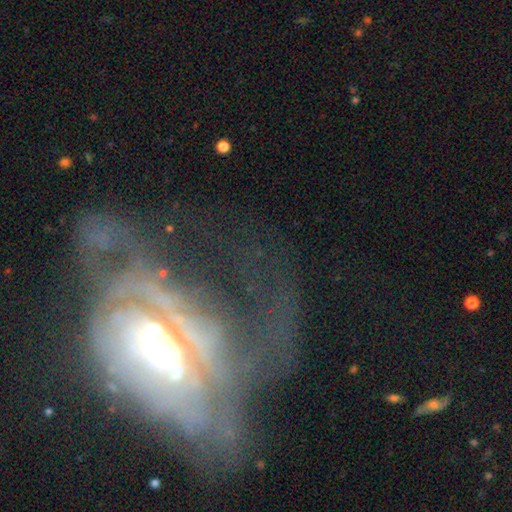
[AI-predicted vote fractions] Smooth or featured?
  - featured or disk: 75% *
  - smooth: 13%
  - star or artifact: 11%
Edge-on disk?
  - no: 89% *
  - yes: 11%
Bar?
  - no: 64% *
  - weak: 21%
  - strong: 16%
Spiral arms?
  - yes: 63% *
  - no: 37%
Bulge size?
  - moderate: 49% *
  - small: 34%
  - large: 10%
  - dominant: 3%
  - none: 3%
Merging?
  - major disturbance: 41% *
  - none: 33%
  - minor disturbance: 15%
  - merger: 10%